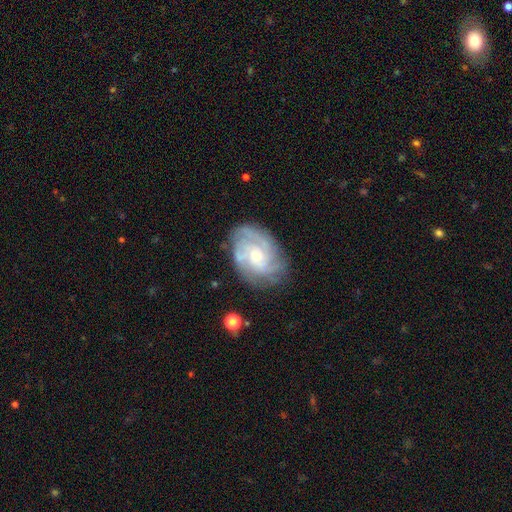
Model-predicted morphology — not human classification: Smooth or featured? featured or disk (80%)
Edge-on disk? no (97%)
Bar? no (66%)
Spiral arms? yes (93%)
Spiral winding? tight (57%)
Spiral arm count? can't tell (34%)
Bulge size? moderate (48%)
Merging? none (72%)